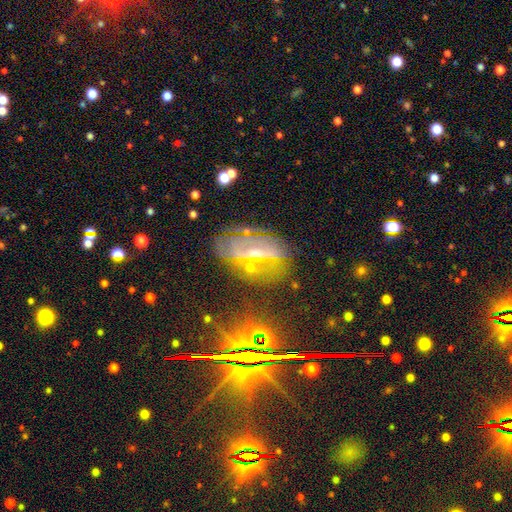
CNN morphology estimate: This is likely a featured or disk galaxy (65%). It is likely not viewed edge-on (74%). Merging: likely none (64%).